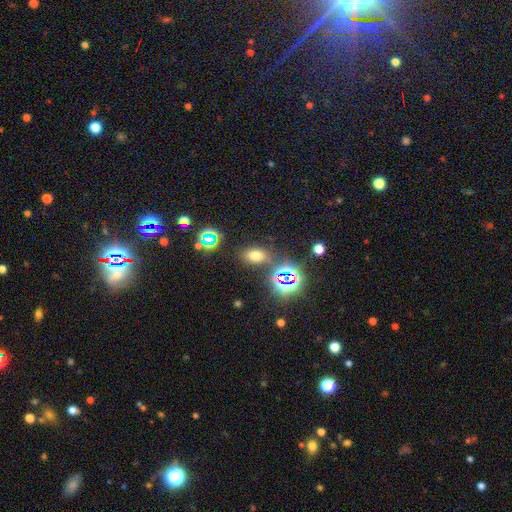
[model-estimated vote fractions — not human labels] Q: Smooth or featured?
A: smooth (59%); runner-up: star or artifact (32%)
Q: How rounded?
A: in between (79%); runner-up: round (18%)
Q: Merging?
A: none (79%); runner-up: minor disturbance (10%)